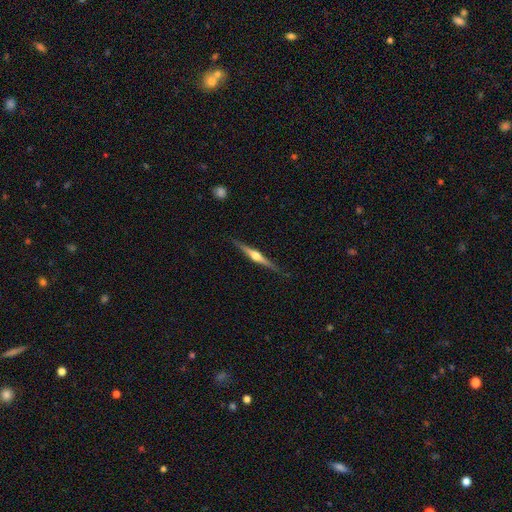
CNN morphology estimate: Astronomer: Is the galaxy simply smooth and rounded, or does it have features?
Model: featured or disk — 77%.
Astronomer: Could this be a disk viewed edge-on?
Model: yes — 98%.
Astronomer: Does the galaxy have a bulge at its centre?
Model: rounded — 92%.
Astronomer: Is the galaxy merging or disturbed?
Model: none — 88%.